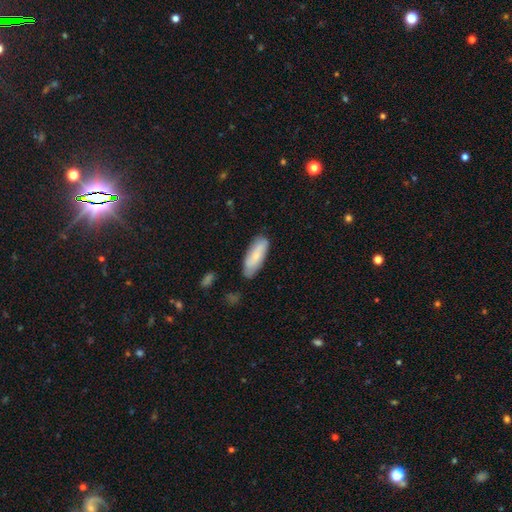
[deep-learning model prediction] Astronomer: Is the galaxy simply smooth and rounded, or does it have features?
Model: smooth — 74%.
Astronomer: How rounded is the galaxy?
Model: in between — 67%.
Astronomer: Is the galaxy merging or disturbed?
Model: none — 77%.